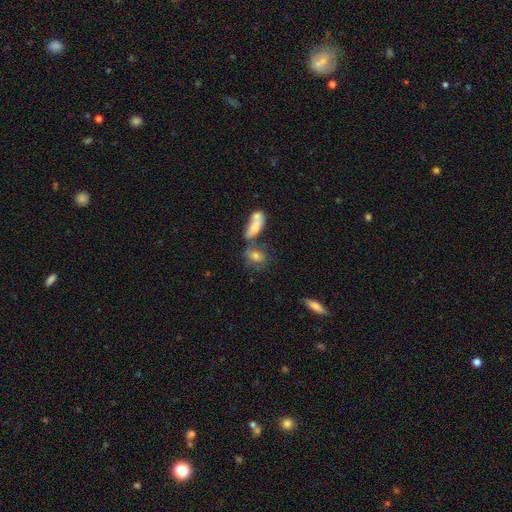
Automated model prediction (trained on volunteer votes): Smooth or featured: smooth — 67% (featured or disk — 22%)
How rounded: in between — 71% (round — 21%)
Merging: none — 39% (merger — 37%)